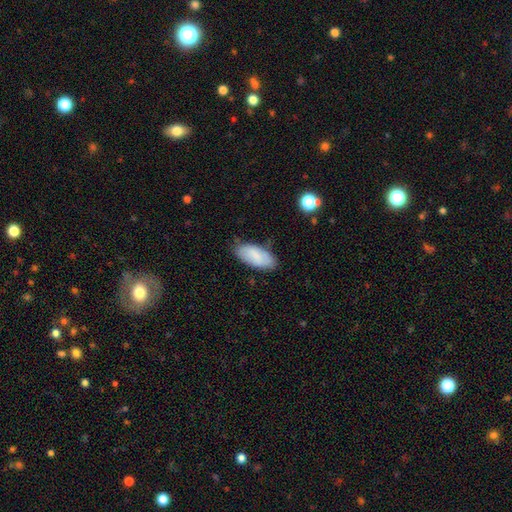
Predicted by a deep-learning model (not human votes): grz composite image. It shows a smooth galaxy with no disk features (80%) that is in between round and cigar-shaped (90%). Merging: none (75%).